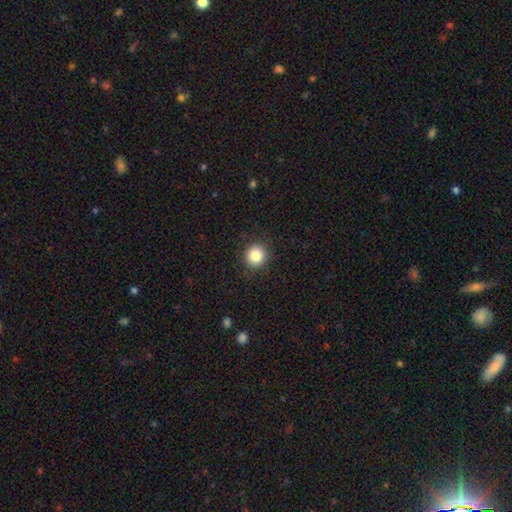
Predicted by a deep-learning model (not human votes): Morphology: type=smooth (85%); roundness=round (91%); merging=none (90%).